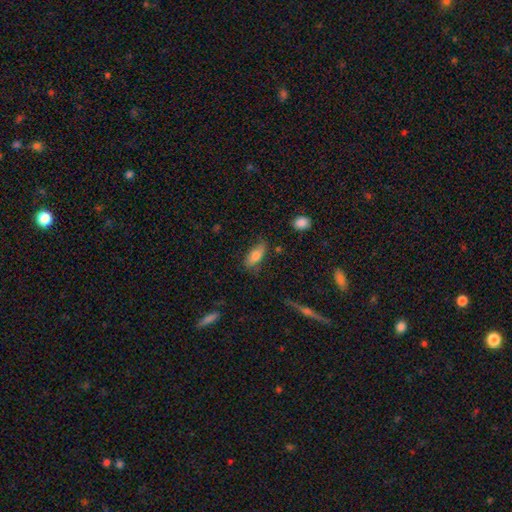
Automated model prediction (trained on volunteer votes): smooth 74%, featured or disk 18%, star or artifact 8%. Down the decision tree: how rounded — in between (83%); merging — none (64%).